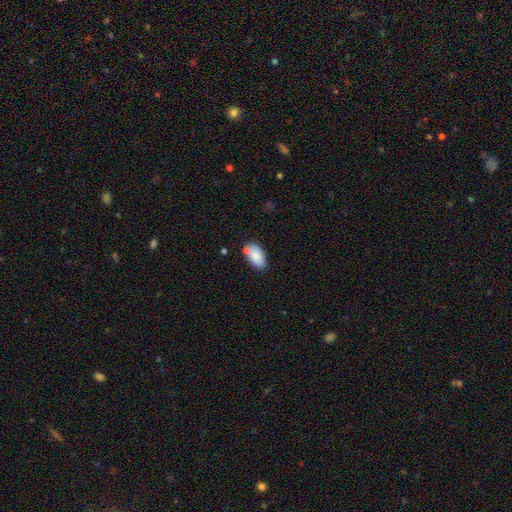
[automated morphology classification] smooth_or_featured: smooth (p=0.83) [alt: featured or disk p=0.10]
how_rounded: in between (p=0.93) [alt: round p=0.04]
merging: none (p=0.60) [alt: minor disturbance p=0.19]